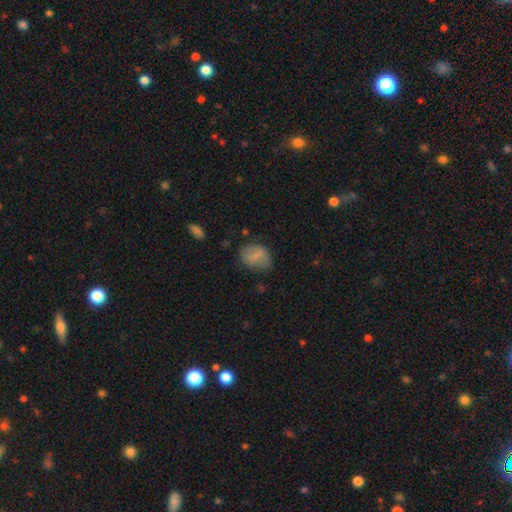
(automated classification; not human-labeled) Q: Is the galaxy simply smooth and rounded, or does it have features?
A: smooth — 72%.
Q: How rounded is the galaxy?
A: in between — 66%.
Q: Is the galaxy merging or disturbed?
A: none — 67%.